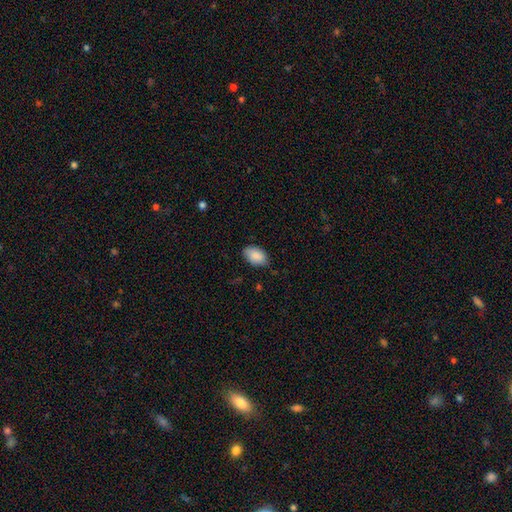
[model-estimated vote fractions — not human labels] Smooth or featured? Predicted: smooth (p=0.88). How rounded? Predicted: in between (p=0.92). Merging? Predicted: none (p=0.79).